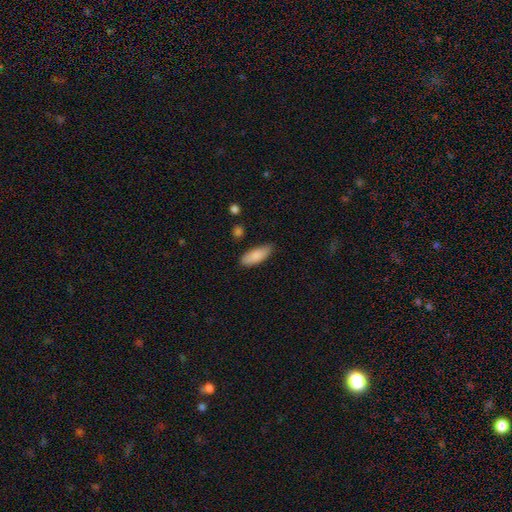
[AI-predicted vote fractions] Smooth or featured?
  - smooth: 85% *
  - featured or disk: 9%
  - star or artifact: 6%
How rounded?
  - in between: 73% *
  - cigar-shaped: 25%
  - round: 2%
Merging?
  - none: 79% *
  - minor disturbance: 17%
  - major disturbance: 3%
  - merger: 2%